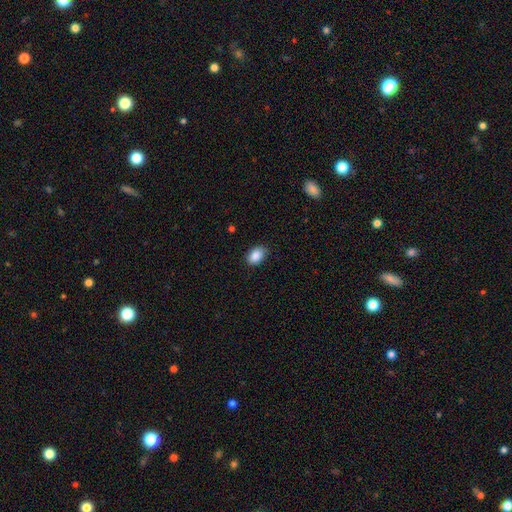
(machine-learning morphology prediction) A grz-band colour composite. It shows a smooth galaxy with no disk features (89%) that is in between round and cigar-shaped (86%). Merging: none (83%).